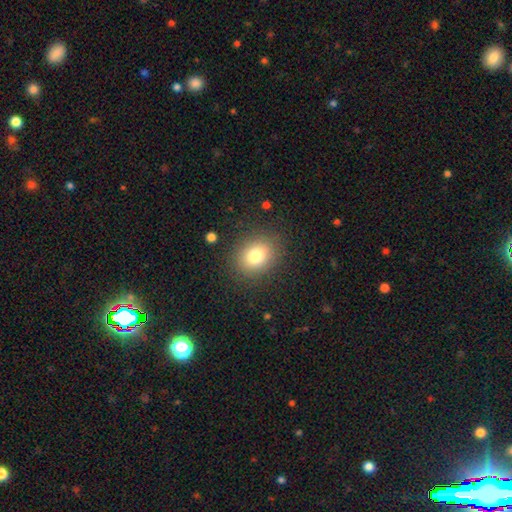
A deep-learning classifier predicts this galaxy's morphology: Q: Smooth or featured?
A: smooth (78%); runner-up: star or artifact (11%)
Q: How rounded?
A: round (56%); runner-up: in between (43%)
Q: Merging?
A: none (86%); runner-up: minor disturbance (9%)